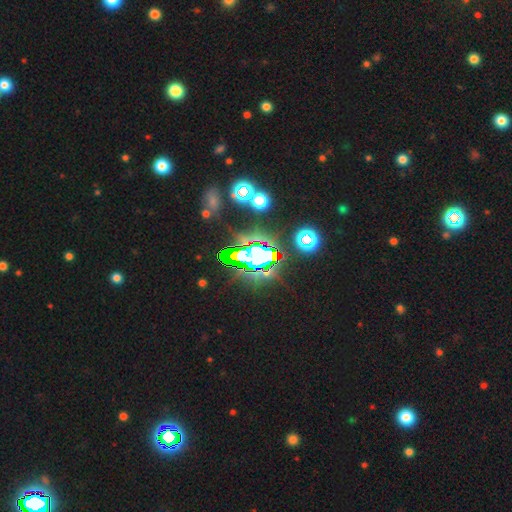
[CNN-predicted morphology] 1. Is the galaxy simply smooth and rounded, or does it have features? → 69% star or artifact, 18% smooth, 13% featured or disk.